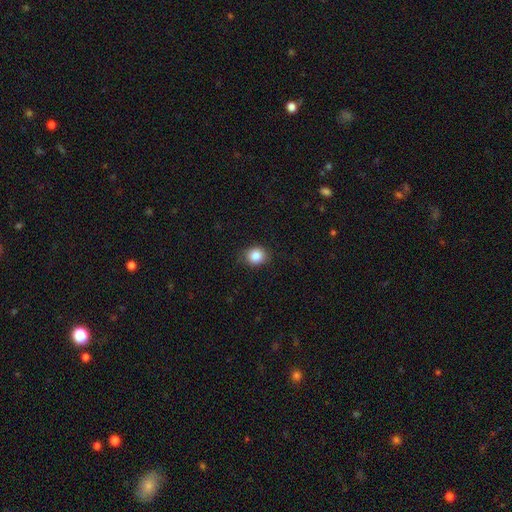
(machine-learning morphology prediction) smooth_or_featured: smooth (p=0.86) [alt: star or artifact p=0.09]
how_rounded: round (p=0.72) [alt: in between p=0.27]
merging: none (p=0.84) [alt: minor disturbance p=0.13]